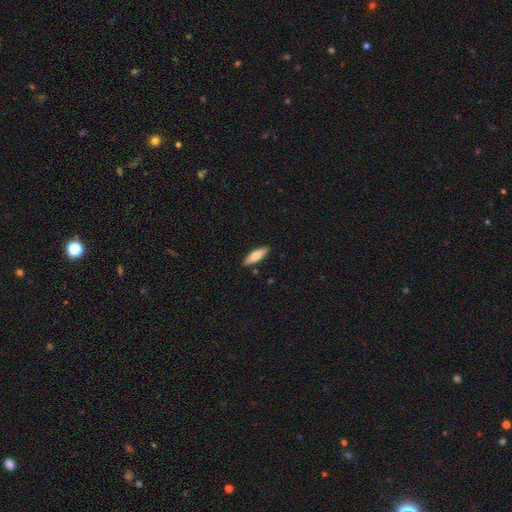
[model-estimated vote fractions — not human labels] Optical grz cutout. It shows a smooth galaxy with no disk features (66%) that is cigar-shaped (53%). Merging: none (89%).